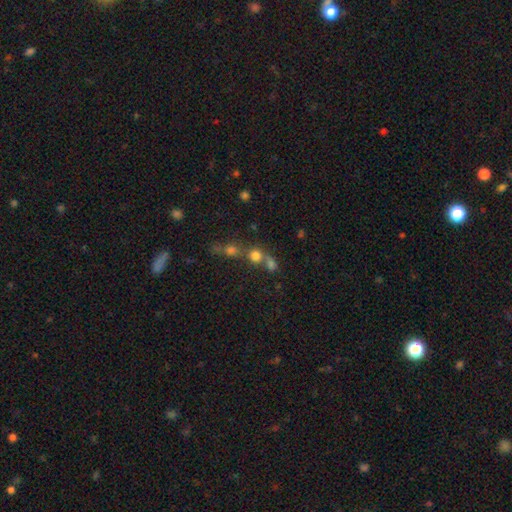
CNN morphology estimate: This appears to be a smooth galaxy with no disk features (70%) that is round (83%). Merging: merger (44%, tied with none).